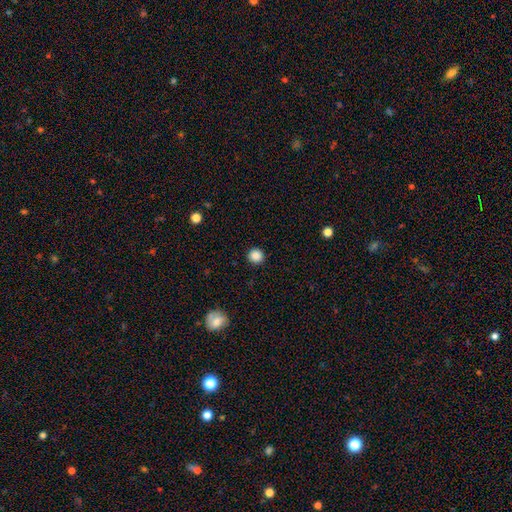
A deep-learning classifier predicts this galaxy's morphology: Overall: smooth (87%). How rounded: round (94%). Merging: none (92%).